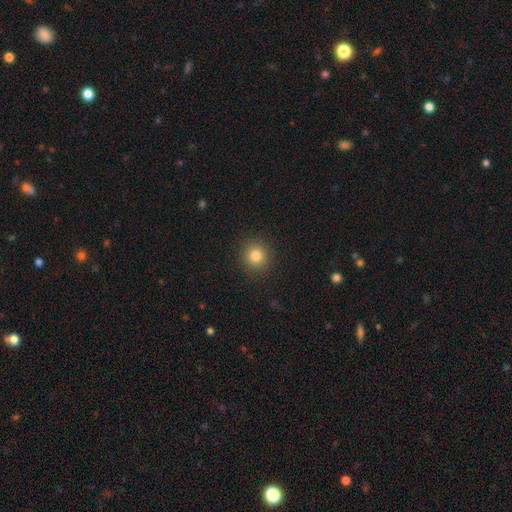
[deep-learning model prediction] smooth-or-featured: smooth: 82% | star or artifact: 12% | featured or disk: 6%
  how-rounded: round: 92% | in between: 7% | cigar-shaped: 1%
  merging: none: 91% | minor disturbance: 6% | major disturbance: 2% | merger: 1%